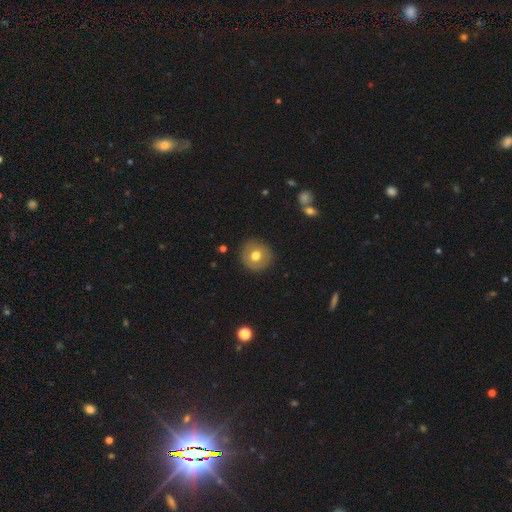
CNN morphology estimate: A smooth galaxy with no disk features (70%) that is round (91%).

Vote fractions:
- Smooth or featured? smooth: 70% / featured or disk: 21% / star or artifact: 9%
- How rounded? round: 91% / in between: 8% / cigar-shaped: 1%
- Merging? none: 89% / minor disturbance: 7% / major disturbance: 2% / merger: 1%